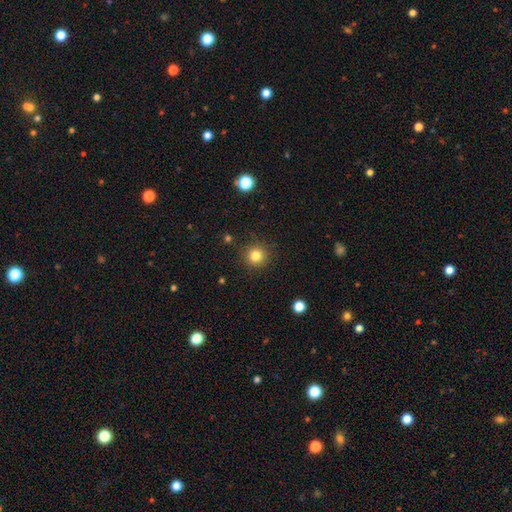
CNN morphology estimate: Q: Smooth or featured?
A: smooth (82%); runner-up: star or artifact (12%)
Q: How rounded?
A: round (94%); runner-up: in between (5%)
Q: Merging?
A: none (90%); runner-up: minor disturbance (7%)